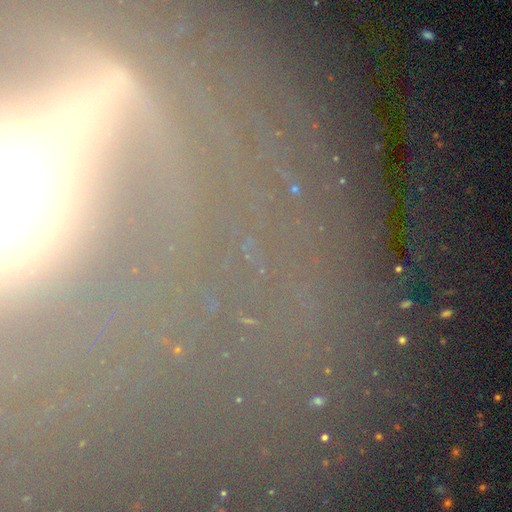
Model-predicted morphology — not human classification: The model was most divided on "smooth or featured": star or artifact: 42%, featured or disk: 40%, smooth: 17%.